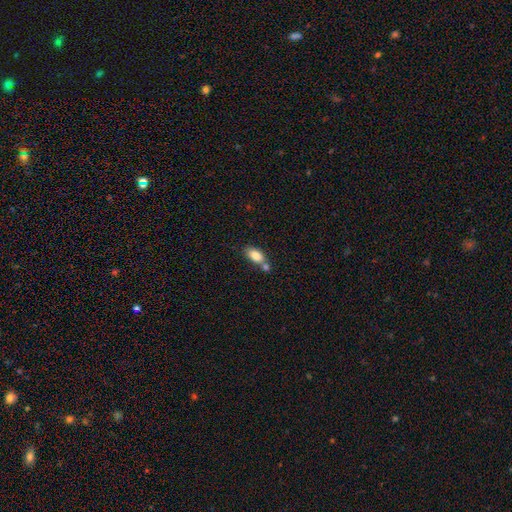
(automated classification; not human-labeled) This appears to be a smooth galaxy with no disk features (81%) that is in between round and cigar-shaped (89%). Merging: none (45%).